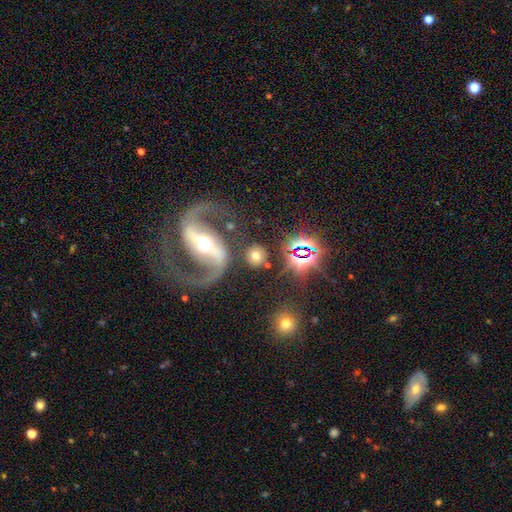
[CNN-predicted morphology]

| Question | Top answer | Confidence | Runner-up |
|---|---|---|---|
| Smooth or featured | smooth | 45% | featured or disk (38%) |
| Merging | none | 76% | minor disturbance (9%) |